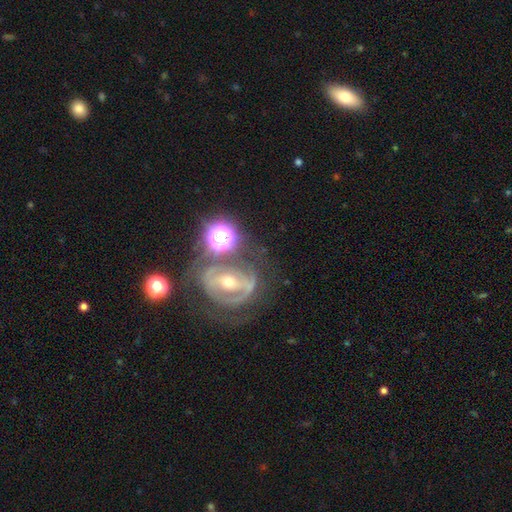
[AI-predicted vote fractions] Q: Smooth or featured?
A: featured or disk (71%); runner-up: smooth (15%)
Q: Edge-on disk?
A: no (94%); runner-up: yes (6%)
Q: Bar?
A: no (36%); runner-up: strong (33%)
Q: Spiral arms?
A: yes (65%); runner-up: no (35%)
Q: Bulge size?
A: moderate (52%); runner-up: small (41%)
Q: Merging?
A: none (54%); runner-up: merger (19%)